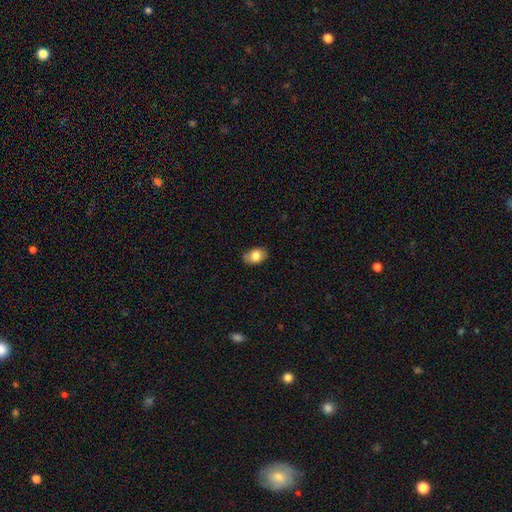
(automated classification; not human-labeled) smooth-or-featured: smooth: 82% | featured or disk: 10% | star or artifact: 8%
  how-rounded: in between: 79% | round: 20% | cigar-shaped: 1%
  merging: none: 76% | minor disturbance: 19% | major disturbance: 3% | merger: 1%